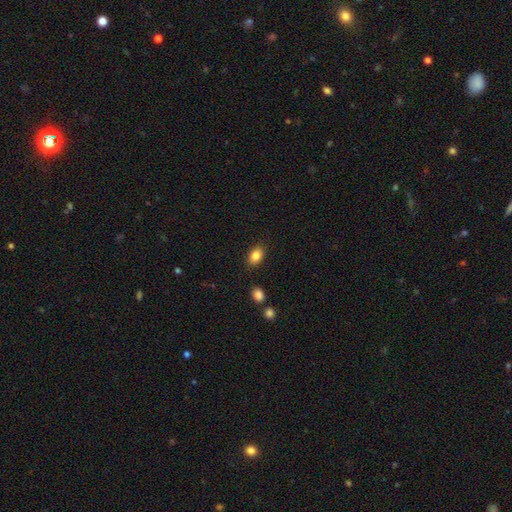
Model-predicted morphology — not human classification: This appears to be a smooth galaxy with no disk features (84%) that is in between round and cigar-shaped (83%). Merging: none (85%).